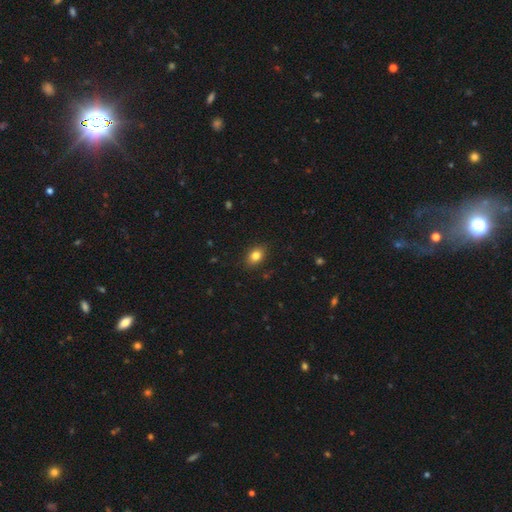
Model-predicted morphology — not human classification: This is clearly a smooth galaxy (82%). How rounded: likely in between (69%). Merging: clearly none (87%).